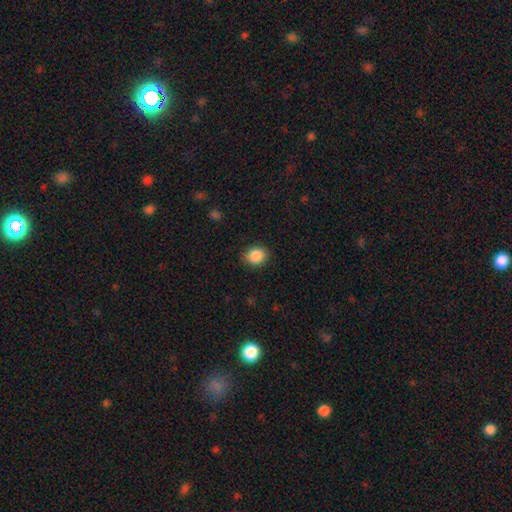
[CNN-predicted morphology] The model was most divided on "how rounded": round: 68%, in between: 31%, cigar-shaped: 1%. More confident: smooth or featured — smooth (88%); merging — none (85%).